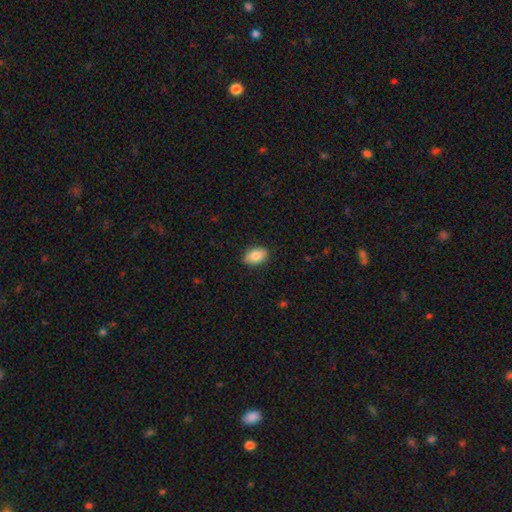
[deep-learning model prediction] smooth 85%, featured or disk 8%, star or artifact 7%. Down the decision tree: how rounded — in between (88%); merging — none (88%).